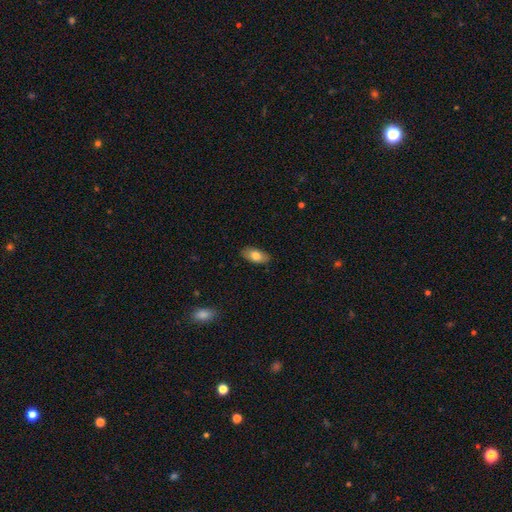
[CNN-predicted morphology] smooth-or-featured: smooth: 78% | featured or disk: 15% | star or artifact: 7%
  how-rounded: in between: 91% | cigar-shaped: 5% | round: 4%
  merging: none: 86% | minor disturbance: 11% | major disturbance: 2% | merger: 1%